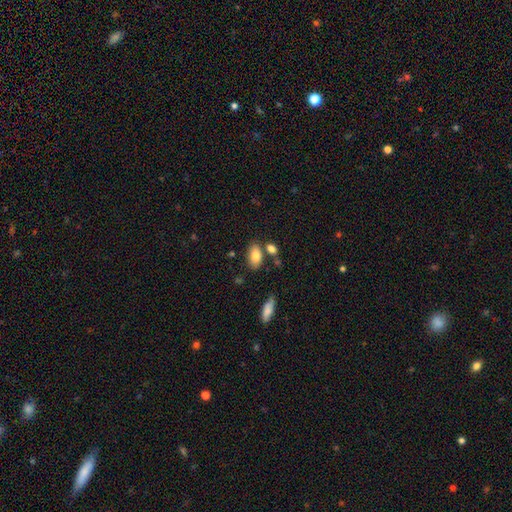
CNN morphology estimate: Overall: smooth (82%). How rounded: in between (91%). Merging: none (72%).